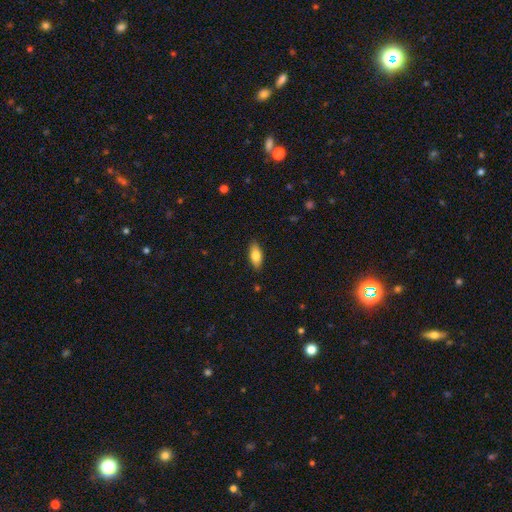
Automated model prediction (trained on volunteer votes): smooth 78%, featured or disk 15%, star or artifact 7%. Down the decision tree: how rounded — in between (84%); merging — none (86%).